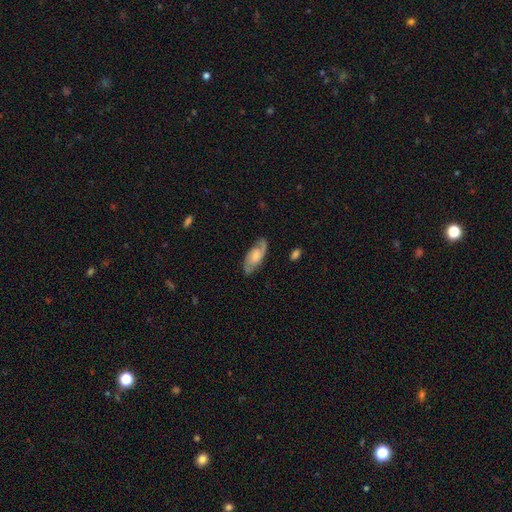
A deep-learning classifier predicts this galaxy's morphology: A featured or disk galaxy (67%) with no bar (57%), 2 (82%) medium (48%) spiral arms (93%) and a moderate central bulge (31%).

Vote fractions:
- Smooth or featured? featured or disk: 67% / smooth: 27% / star or artifact: 6%
- Edge-on disk? no: 92% / yes: 8%
- Bar? no: 57% / weak: 36% / strong: 7%
- Spiral arms? yes: 93% / no: 7%
- Spiral winding? medium: 48% / tight: 29% / loose: 23%
- Spiral arm count? 2: 82% / can't tell: 9% / 1: 6% / 3: 1% / 4: 1% / more than 4: 1%
- Bulge size? moderate: 31% / small: 29% / none: 22% / large: 15% / dominant: 2%
- Merging? none: 77% / minor disturbance: 16% / major disturbance: 5% / merger: 2%